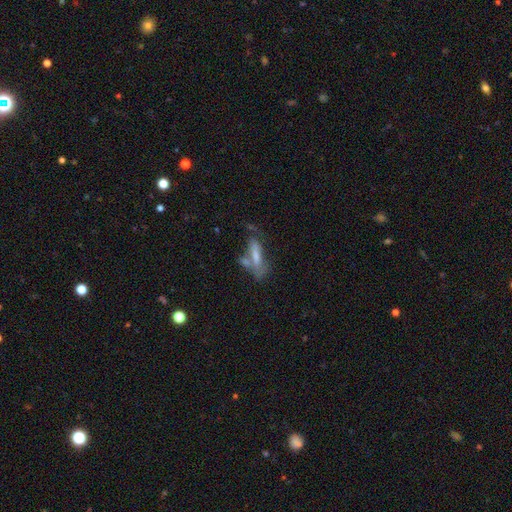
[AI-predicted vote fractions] smooth 45%, featured or disk 43%, star or artifact 12%. Down the decision tree: merging — none (38%).